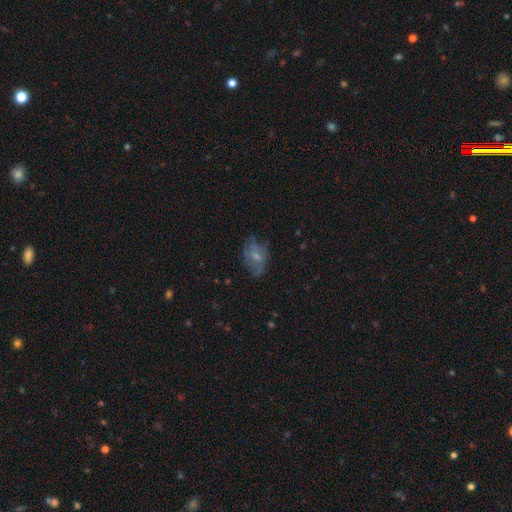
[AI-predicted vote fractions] featured or disk 45%, smooth 44%, star or artifact 11%. Down the decision tree: merging — none (51%).